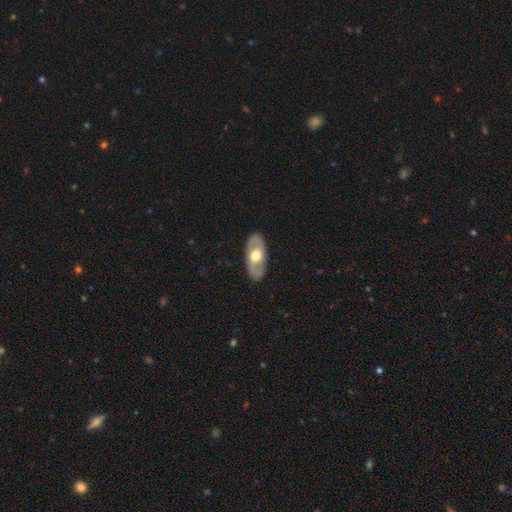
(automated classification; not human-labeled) This appears to be a featured or disk galaxy (57%). Merging: none (87%).